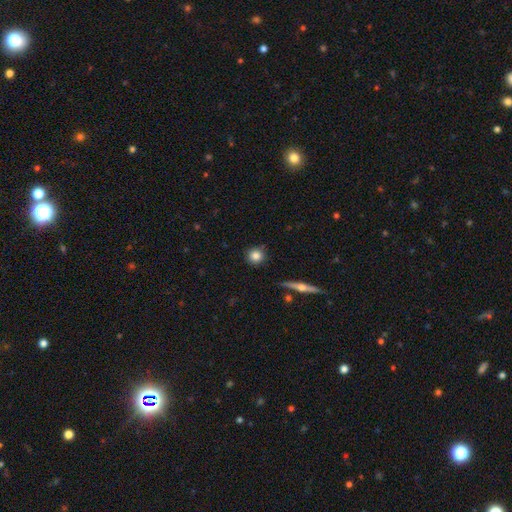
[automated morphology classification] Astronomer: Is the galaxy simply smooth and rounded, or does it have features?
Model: smooth — 81%.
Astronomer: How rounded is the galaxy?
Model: round — 92%.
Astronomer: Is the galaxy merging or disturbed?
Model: none — 88%.